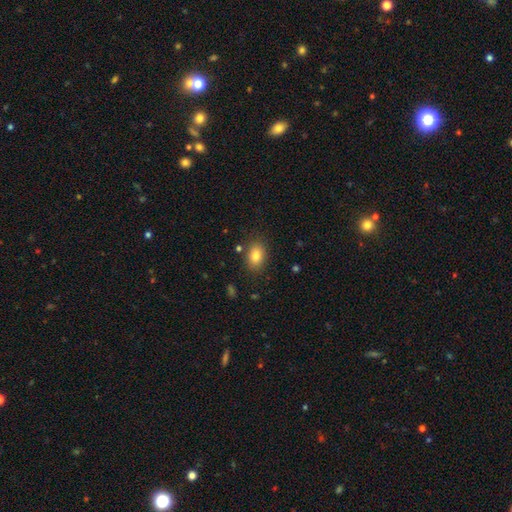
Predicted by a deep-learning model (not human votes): A smooth galaxy with no disk features (83%) that is in between round and cigar-shaped (78%). Merging: none (84%).